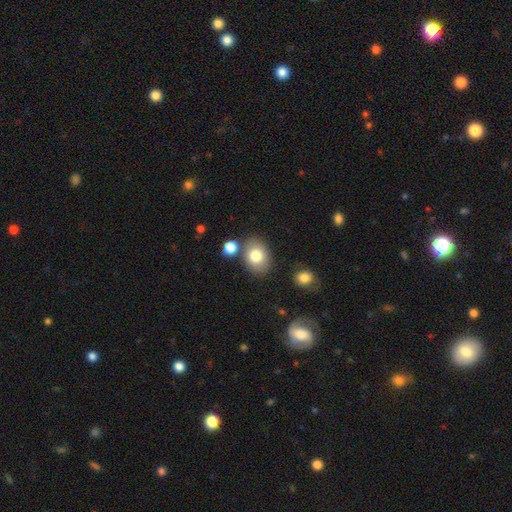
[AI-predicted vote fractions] A smooth galaxy with no disk features (80%) that is in between round and cigar-shaped (64%). Merging: none (74%).